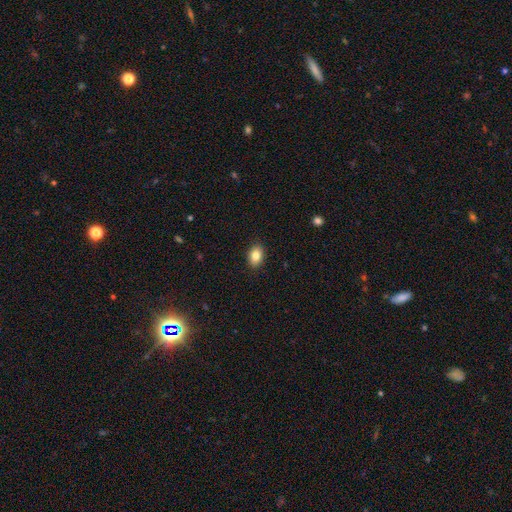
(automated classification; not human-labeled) This appears to be a smooth galaxy with no disk features (84%) that is in between round and cigar-shaped (80%). Merging: none (89%).